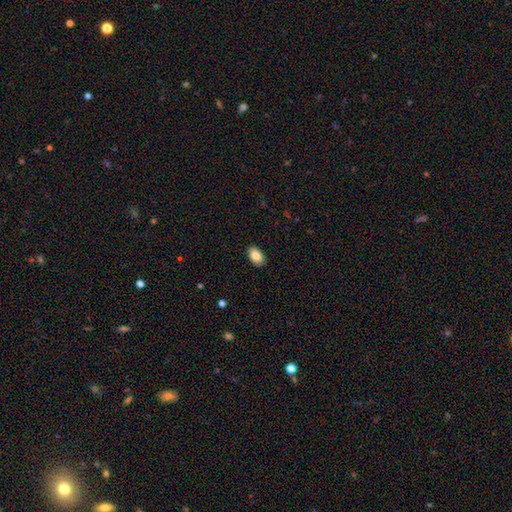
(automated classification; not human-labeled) Smooth or featured?
  - smooth: 87% *
  - star or artifact: 7%
  - featured or disk: 6%
How rounded?
  - in between: 91% *
  - round: 8%
  - cigar-shaped: 1%
Merging?
  - none: 89% *
  - minor disturbance: 9%
  - major disturbance: 2%
  - merger: 1%